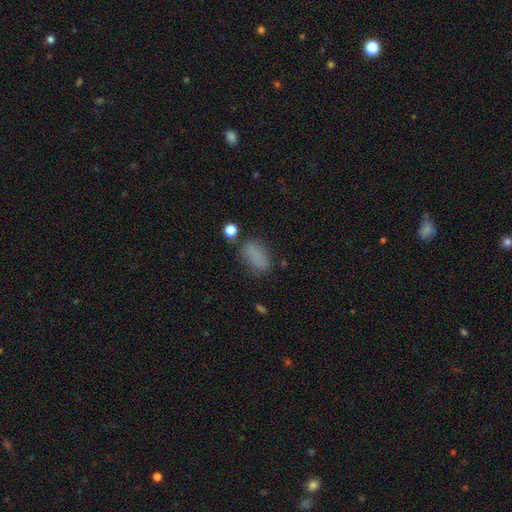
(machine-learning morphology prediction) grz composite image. It shows a smooth galaxy with no disk features (78%) that is in between round and cigar-shaped (86%). Merging: none (68%).